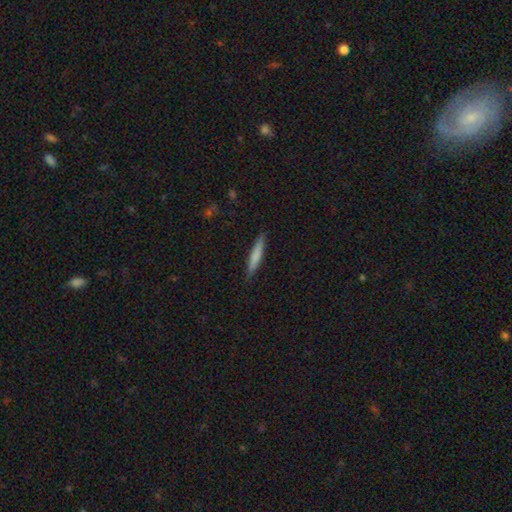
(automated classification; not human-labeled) This appears to be a smooth galaxy with no disk features (73%) that is cigar-shaped (93%). Merging: none (89%).